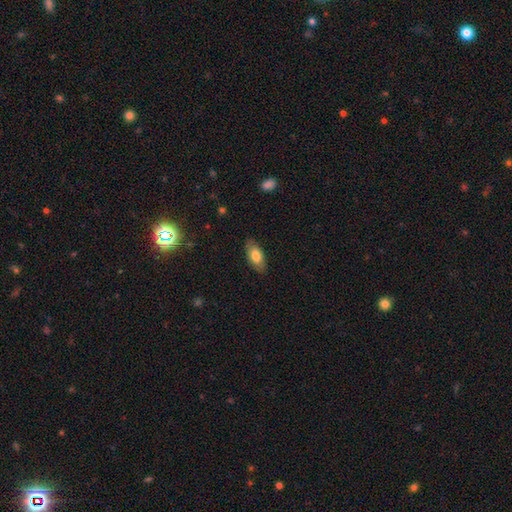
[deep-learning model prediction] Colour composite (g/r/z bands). It shows a smooth galaxy with no disk features (75%) that is in between round and cigar-shaped (88%). Merging: none (84%).